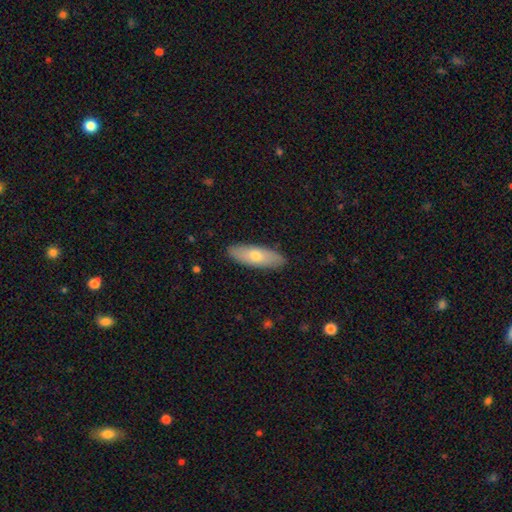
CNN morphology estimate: A smooth galaxy with no disk features (66%) that is in between round and cigar-shaped (58%).

Vote fractions:
- Smooth or featured? smooth: 66% / featured or disk: 29% / star or artifact: 6%
- How rounded? in between: 58% / cigar-shaped: 40% / round: 2%
- Merging? none: 89% / minor disturbance: 8% / major disturbance: 2% / merger: 1%